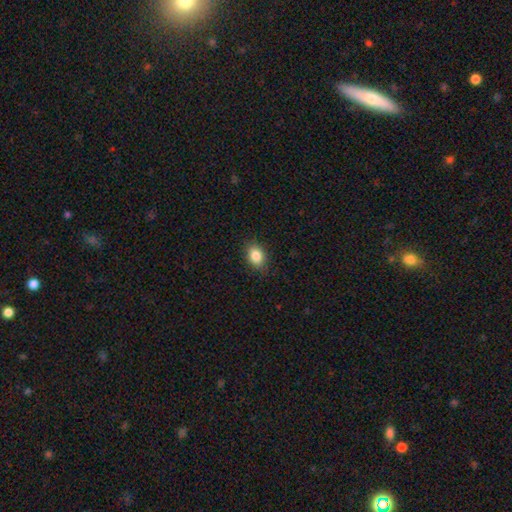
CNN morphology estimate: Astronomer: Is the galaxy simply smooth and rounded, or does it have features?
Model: smooth — 85%.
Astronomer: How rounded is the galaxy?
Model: in between — 74%.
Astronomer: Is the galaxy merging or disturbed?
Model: none — 84%.